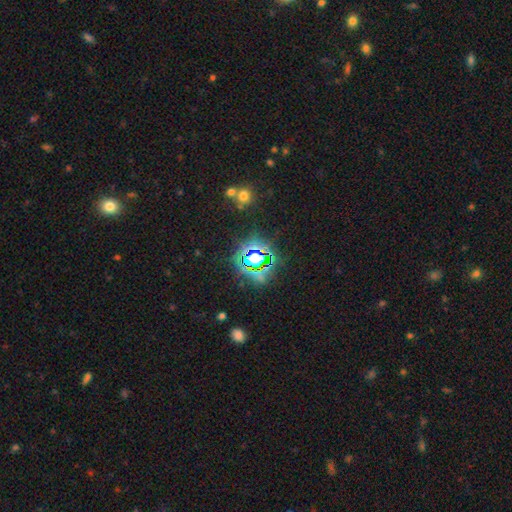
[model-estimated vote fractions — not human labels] smooth_or_featured: star or artifact (p=0.76) [alt: smooth p=0.16]